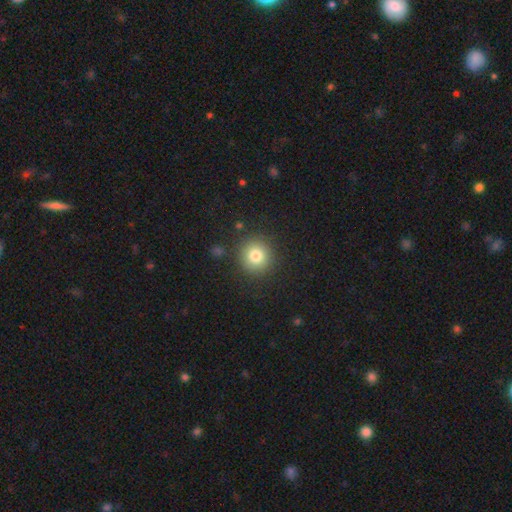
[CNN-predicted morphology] type=smooth (80%); roundness=round (93%); merging=none (88%).